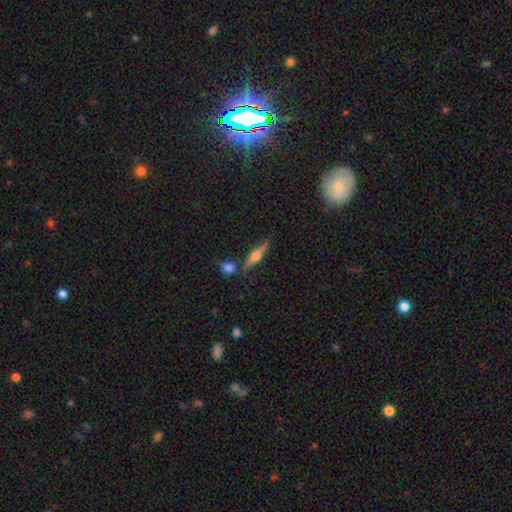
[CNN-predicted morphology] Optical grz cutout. It shows a featured or disk galaxy (66%) viewed edge-on (97%) with a rounded central bulge (91%). Merging: none (78%).